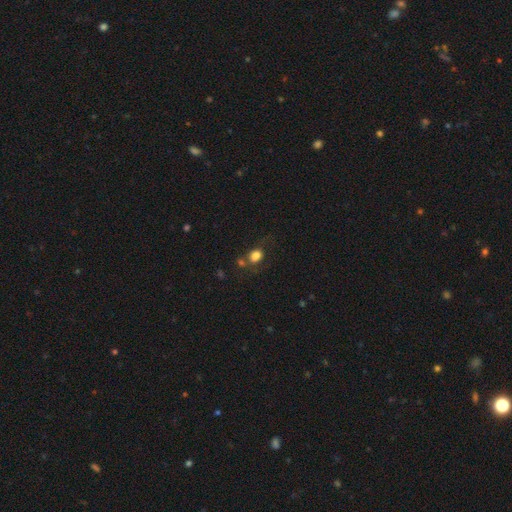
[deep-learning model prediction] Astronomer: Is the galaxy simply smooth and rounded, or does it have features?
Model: smooth — 80%.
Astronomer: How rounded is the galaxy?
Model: in between — 56% (runner-up: round, 43%).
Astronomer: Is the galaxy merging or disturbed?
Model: none — 53%.